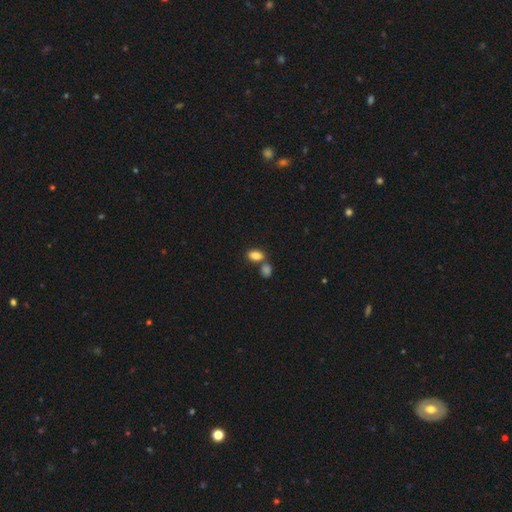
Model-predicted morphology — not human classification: Q: Smooth or featured?
A: smooth (85%); runner-up: star or artifact (9%)
Q: How rounded?
A: in between (87%); runner-up: round (11%)
Q: Merging?
A: none (51%); runner-up: merger (36%)